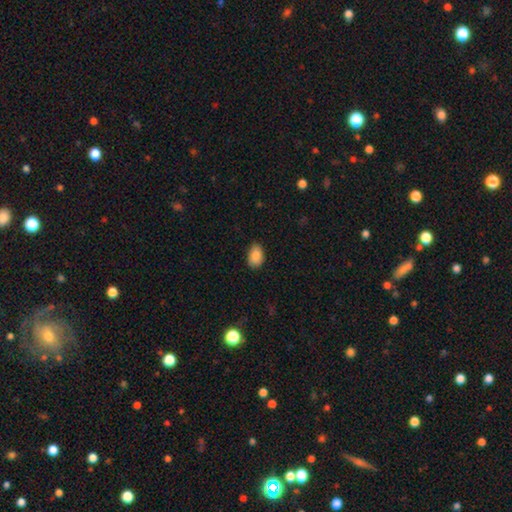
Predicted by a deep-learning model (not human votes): Smooth or featured: smooth — 86% (star or artifact — 8%)
How rounded: in between — 88% (round — 10%)
Merging: none — 84% (minor disturbance — 13%)